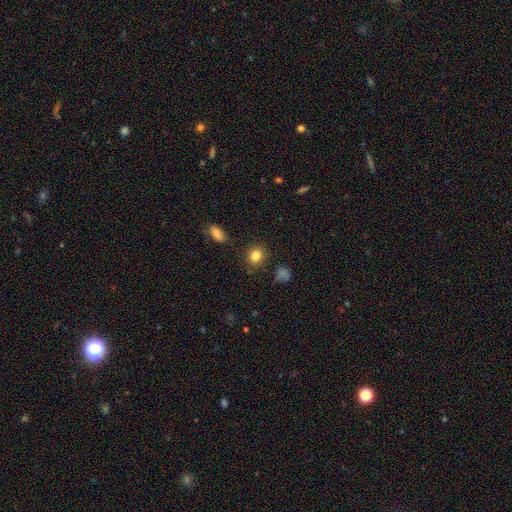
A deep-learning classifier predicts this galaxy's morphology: Smooth or featured: smooth — 83% (star or artifact — 11%)
How rounded: round — 70% (in between — 28%)
Merging: none — 86% (minor disturbance — 9%)